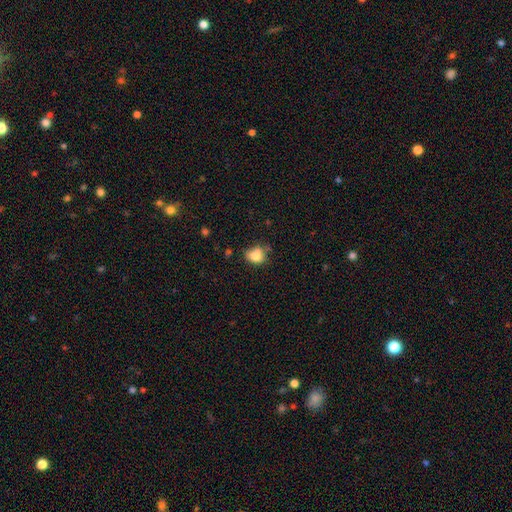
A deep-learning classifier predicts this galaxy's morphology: This appears to be a smooth galaxy with no disk features (79%) that is in between round and cigar-shaped (50%). Merging: none (51%).